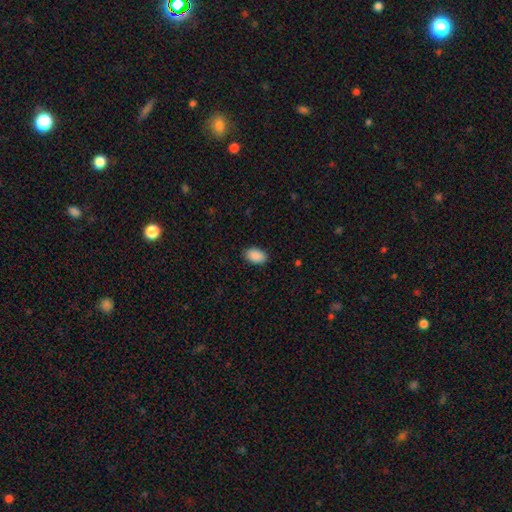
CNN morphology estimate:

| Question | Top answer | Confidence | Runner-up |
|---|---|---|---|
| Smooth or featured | smooth | 90% | star or artifact (7%) |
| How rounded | in between | 89% | round (10%) |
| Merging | none | 89% | minor disturbance (8%) |